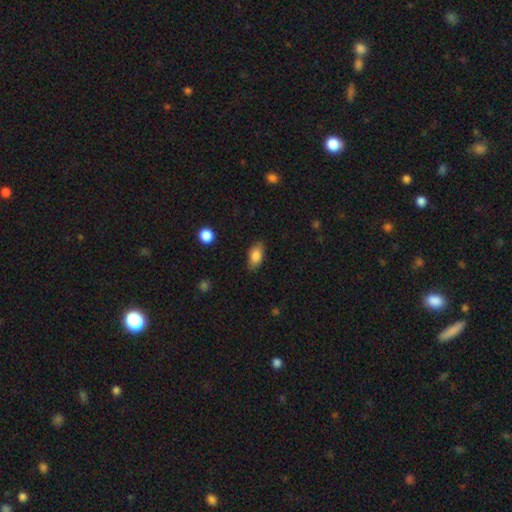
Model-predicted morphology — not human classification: Overall: smooth (84%). How rounded: in between (90%). Merging: none (82%).